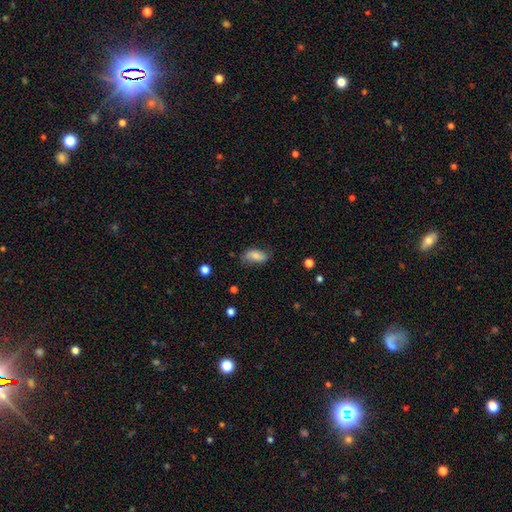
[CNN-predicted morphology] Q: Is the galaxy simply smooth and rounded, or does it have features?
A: smooth — 76%.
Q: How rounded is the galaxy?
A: in between — 90%.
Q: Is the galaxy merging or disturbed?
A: none — 66%.